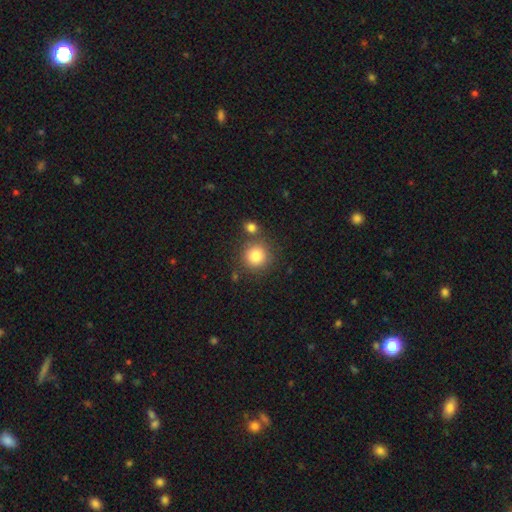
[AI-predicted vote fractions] Smooth or featured?
  - smooth: 83% *
  - star or artifact: 10%
  - featured or disk: 7%
How rounded?
  - round: 92% *
  - in between: 7%
  - cigar-shaped: 1%
Merging?
  - none: 74% *
  - merger: 14%
  - minor disturbance: 9%
  - major disturbance: 3%